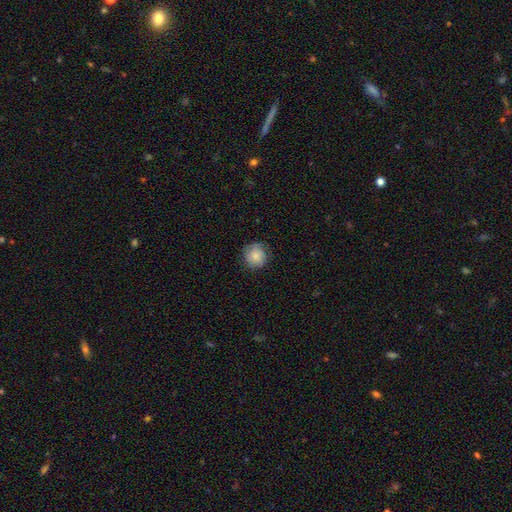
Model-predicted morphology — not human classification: Smooth or featured?
  - smooth: 82% *
  - featured or disk: 11%
  - star or artifact: 8%
How rounded?
  - round: 91% *
  - in between: 8%
  - cigar-shaped: 1%
Merging?
  - none: 77% *
  - minor disturbance: 17%
  - major disturbance: 5%
  - merger: 1%